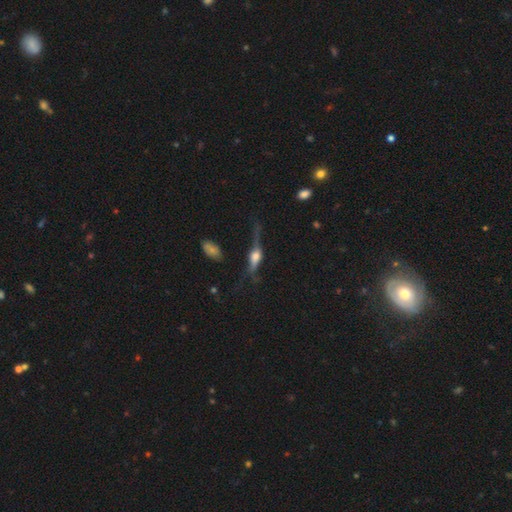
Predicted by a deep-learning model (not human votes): Q: Smooth or featured?
A: featured or disk (70%); runner-up: smooth (21%)
Q: Edge-on disk?
A: yes (91%); runner-up: no (9%)
Q: Edge-on bulge?
A: rounded (88%); runner-up: boxy (9%)
Q: Merging?
A: none (59%); runner-up: minor disturbance (20%)